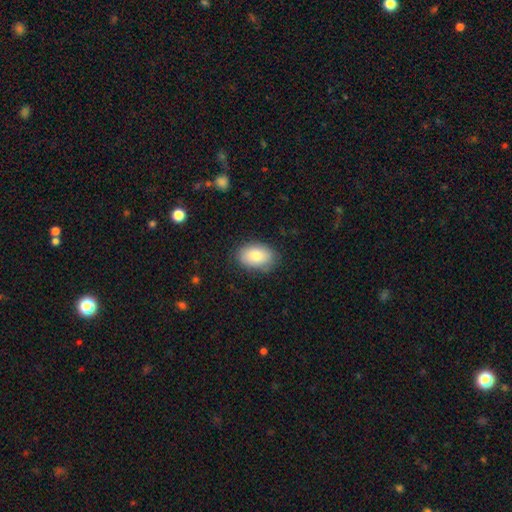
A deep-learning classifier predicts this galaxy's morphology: This is clearly a smooth galaxy (83%). How rounded: clearly in between (88%). Merging: clearly none (82%).